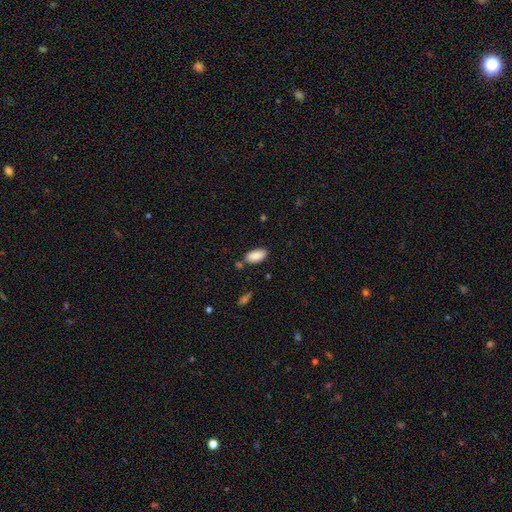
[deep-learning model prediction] Q: Smooth or featured?
A: smooth (87%); runner-up: star or artifact (7%)
Q: How rounded?
A: in between (93%); runner-up: cigar-shaped (5%)
Q: Merging?
A: none (79%); runner-up: minor disturbance (13%)